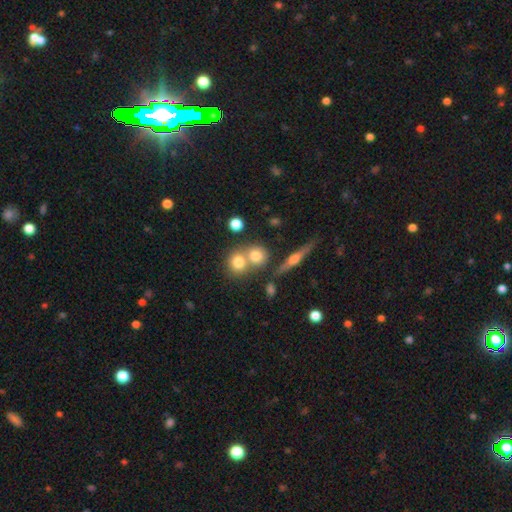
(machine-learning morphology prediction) type=smooth (73%); roundness=round (80%); merging=merger (47%).